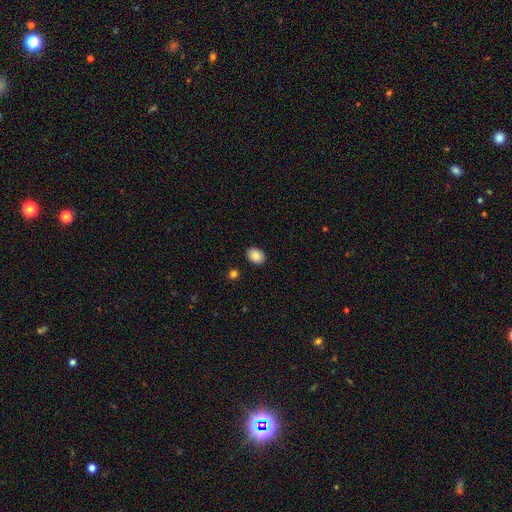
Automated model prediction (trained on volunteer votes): smooth 88%, star or artifact 8%, featured or disk 4%. Down the decision tree: how rounded — in between (68%); merging — none (89%).